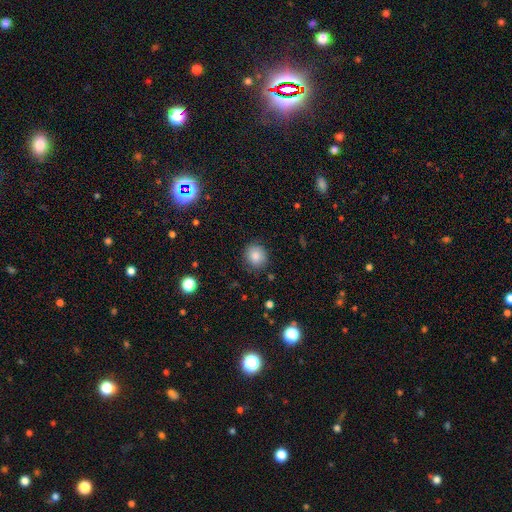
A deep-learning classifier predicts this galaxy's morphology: A smooth galaxy with no disk features (84%) that is round (81%). Merging: none (85%).